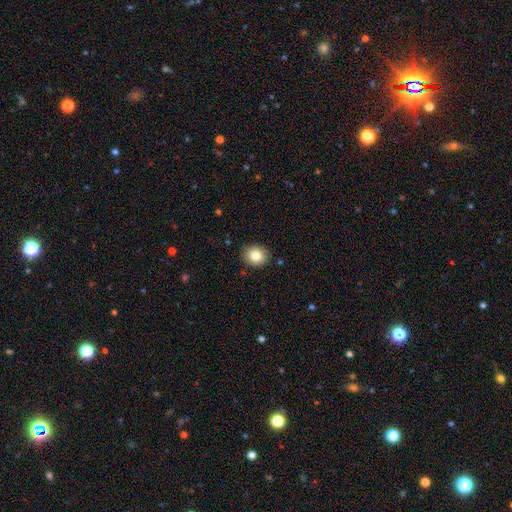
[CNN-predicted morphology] Overall: smooth (82%). How rounded: round (72%). Merging: none (89%).